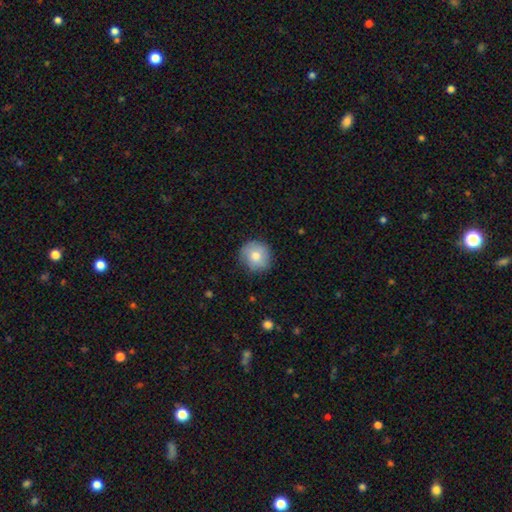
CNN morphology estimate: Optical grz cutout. It shows a smooth galaxy with no disk features (77%) that is round (92%). Merging: none (82%).